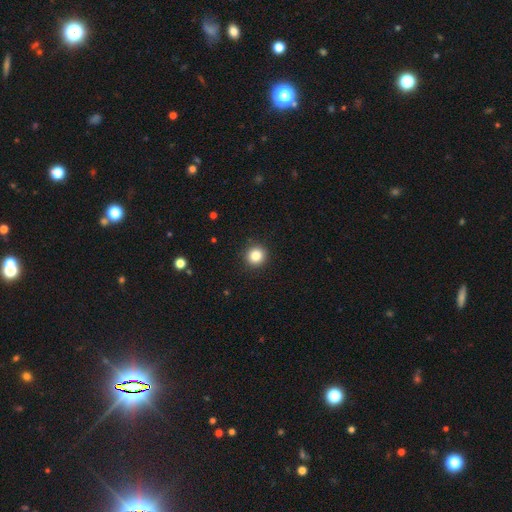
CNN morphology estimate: Overall: smooth (84%). How rounded: round (94%). Merging: none (92%).